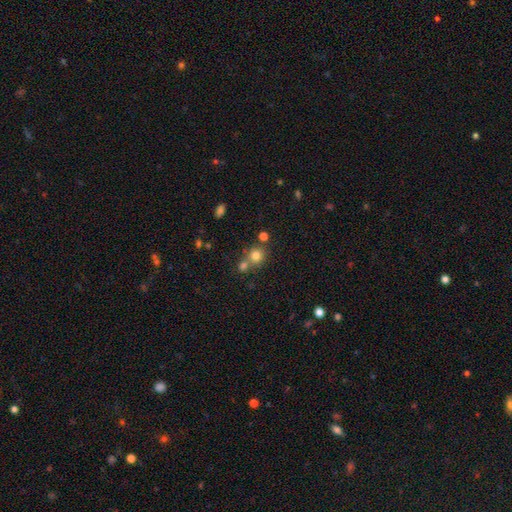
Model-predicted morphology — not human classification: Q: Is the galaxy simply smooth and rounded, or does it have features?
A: smooth — 77%.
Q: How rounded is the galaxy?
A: round — 87%.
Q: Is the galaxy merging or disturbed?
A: none — 58%.